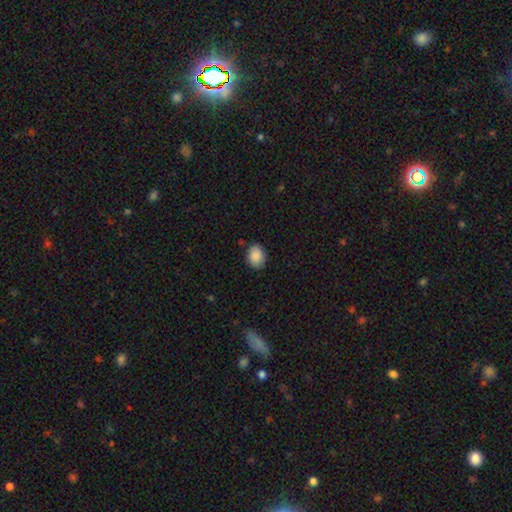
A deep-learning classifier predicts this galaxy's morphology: Smooth or featured? smooth (89%)
How rounded? in between (56%)
Merging? none (82%)